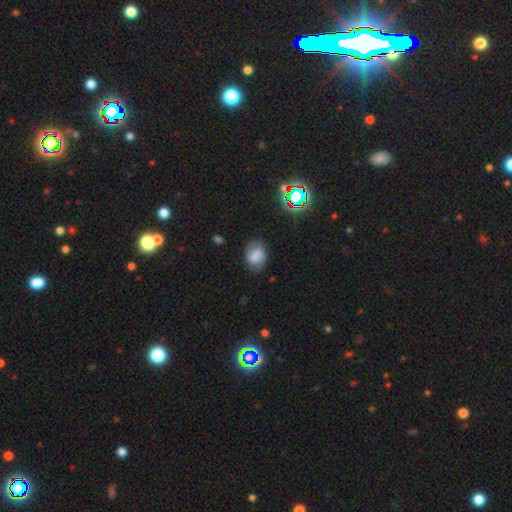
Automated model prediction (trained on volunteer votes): Smooth or featured? Predicted: smooth (p=0.68). How rounded? Predicted: in between (p=0.64). Merging? Predicted: none (p=0.70).